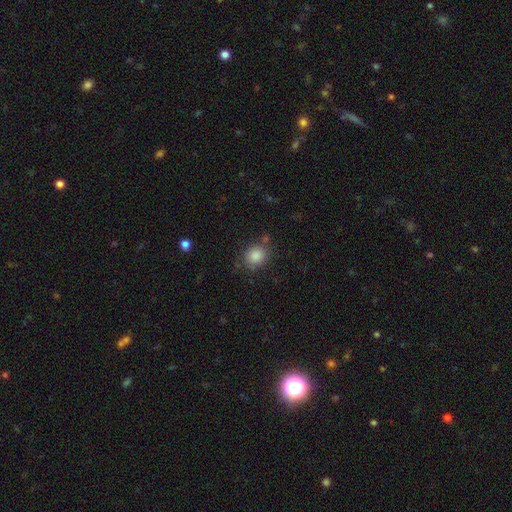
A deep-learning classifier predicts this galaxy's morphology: smooth_or_featured: smooth (p=0.86) [alt: star or artifact p=0.09]
how_rounded: round (p=0.65) [alt: in between p=0.34]
merging: none (p=0.75) [alt: minor disturbance p=0.15]